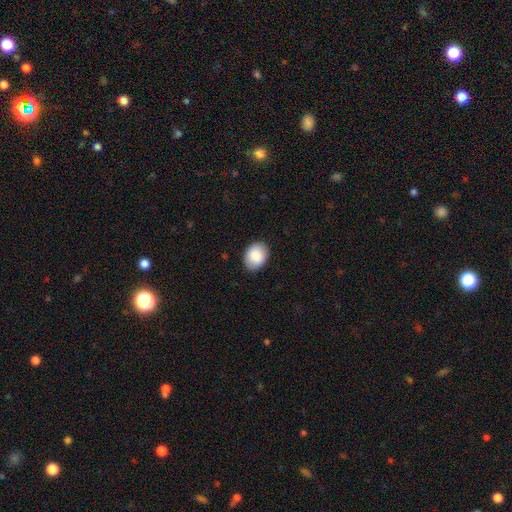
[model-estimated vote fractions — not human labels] smooth 87%, star or artifact 7%, featured or disk 6%. Down the decision tree: how rounded — in between (65%); merging — none (87%).